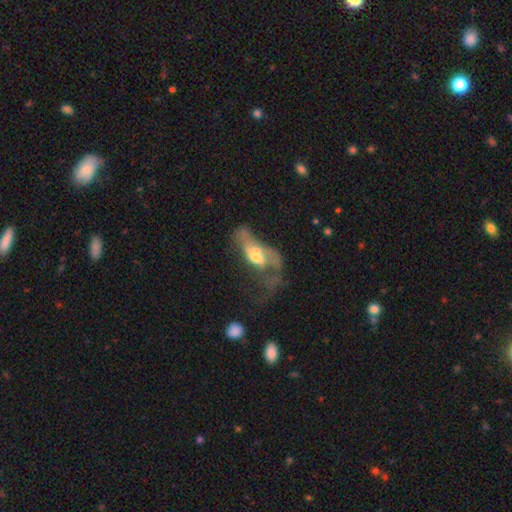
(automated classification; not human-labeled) A featured or disk galaxy (52%).

Vote fractions:
- Smooth or featured? featured or disk: 52% / smooth: 38% / star or artifact: 9%
- Edge-on disk? no: 88% / yes: 12%
- Merging? major disturbance: 47% / merger: 31% / none: 12% / minor disturbance: 10%